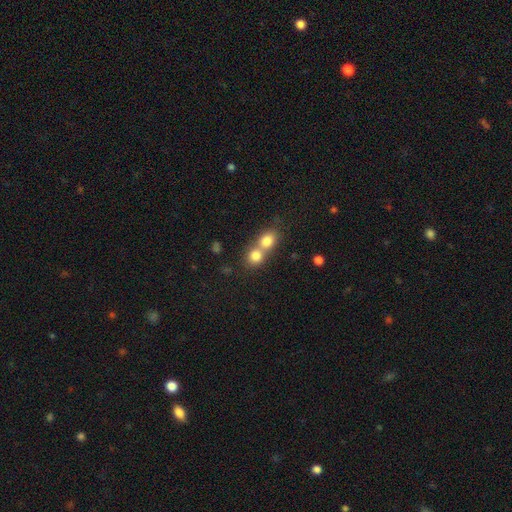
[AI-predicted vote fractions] smooth 79%, featured or disk 10%, star or artifact 10%. Down the decision tree: how rounded — round (72%); merging — merger (63%).